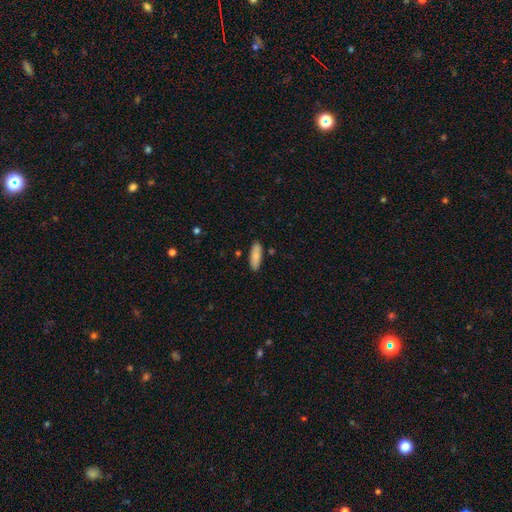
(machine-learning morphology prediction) smooth 86%, featured or disk 8%, star or artifact 6%. Down the decision tree: how rounded — in between (56%); merging — none (85%).